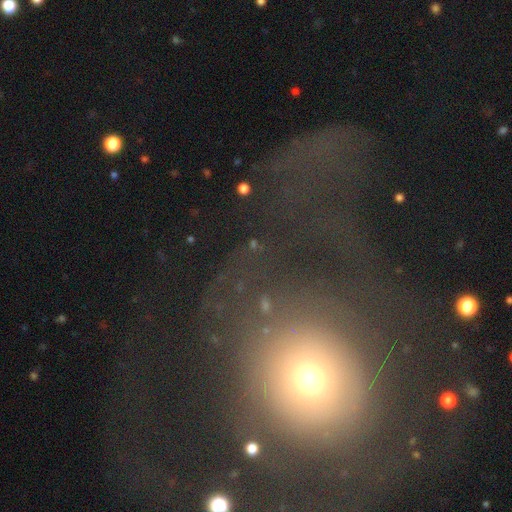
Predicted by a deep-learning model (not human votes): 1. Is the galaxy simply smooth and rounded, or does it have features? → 49% smooth, 31% featured or disk, 20% star or artifact.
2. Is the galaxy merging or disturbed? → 55% major disturbance, 32% none, 9% minor disturbance, 4% merger.